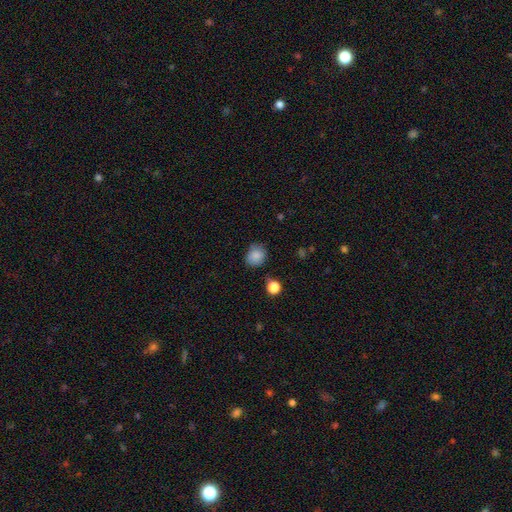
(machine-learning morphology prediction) Smooth or featured: smooth — 84% (star or artifact — 10%)
How rounded: round — 73% (in between — 26%)
Merging: none — 70% (minor disturbance — 23%)